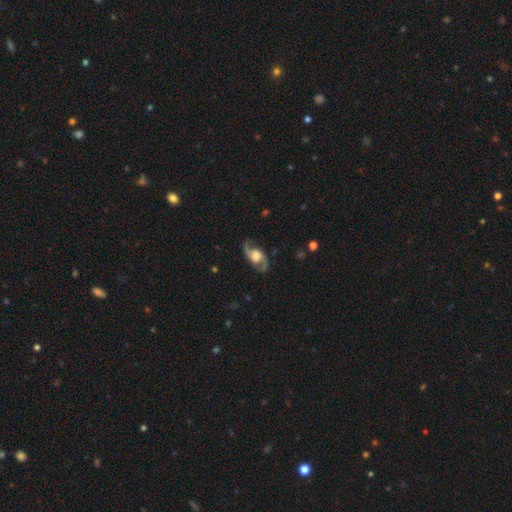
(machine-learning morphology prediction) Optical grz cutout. It shows a featured or disk galaxy (88%) with no bar (58%), 2 (94%) medium (47%) spiral arms (96%) and a large central bulge (49%). Merging: none (82%).